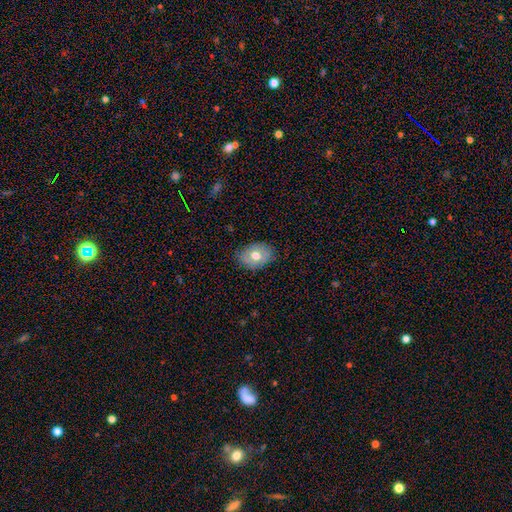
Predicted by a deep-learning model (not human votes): This is likely a smooth galaxy (62%). How rounded: likely in between (70%). Merging: likely none (80%).